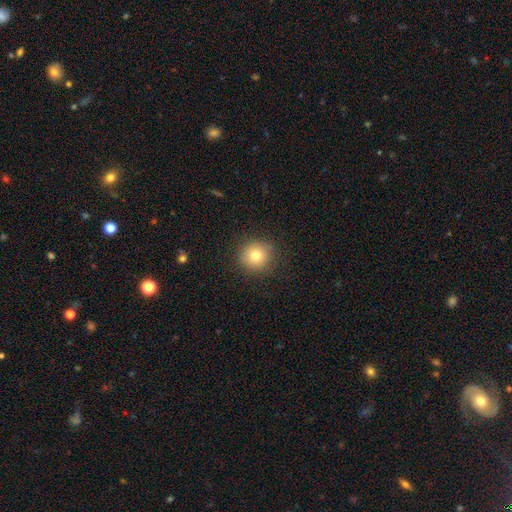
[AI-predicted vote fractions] Smooth or featured?
  - smooth: 79% *
  - star or artifact: 12%
  - featured or disk: 9%
How rounded?
  - round: 92% *
  - in between: 7%
  - cigar-shaped: 1%
Merging?
  - none: 88% *
  - minor disturbance: 8%
  - major disturbance: 3%
  - merger: 1%